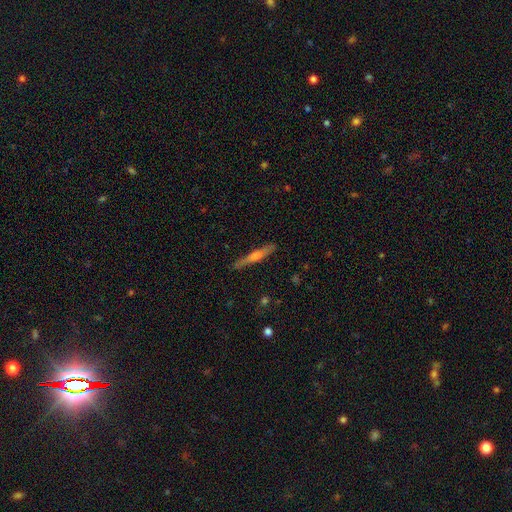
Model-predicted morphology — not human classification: Q: Smooth or featured?
A: featured or disk (62%); runner-up: smooth (32%)
Q: Edge-on disk?
A: yes (97%); runner-up: no (3%)
Q: Edge-on bulge?
A: rounded (79%); runner-up: none (11%)
Q: Merging?
A: none (89%); runner-up: minor disturbance (8%)